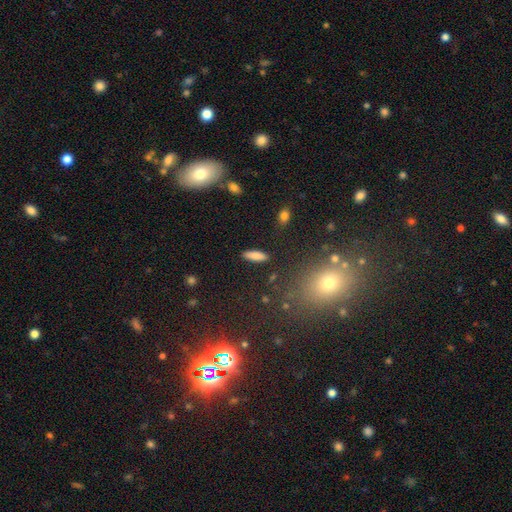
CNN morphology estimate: type=smooth (81%); roundness=cigar-shaped (52%); merging=none (87%).